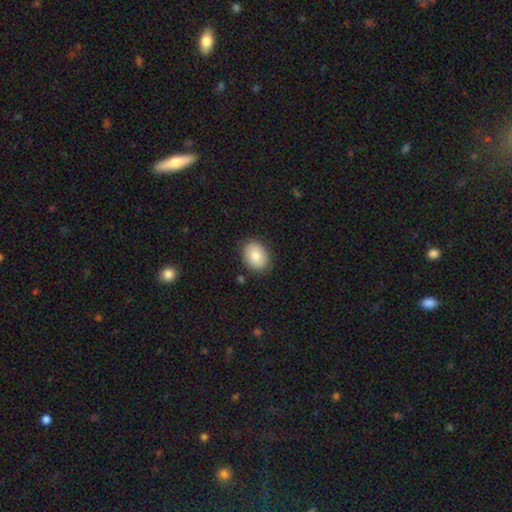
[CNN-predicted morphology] This is clearly a smooth galaxy (83%). How rounded: likely in between (65%). Merging: clearly none (84%).